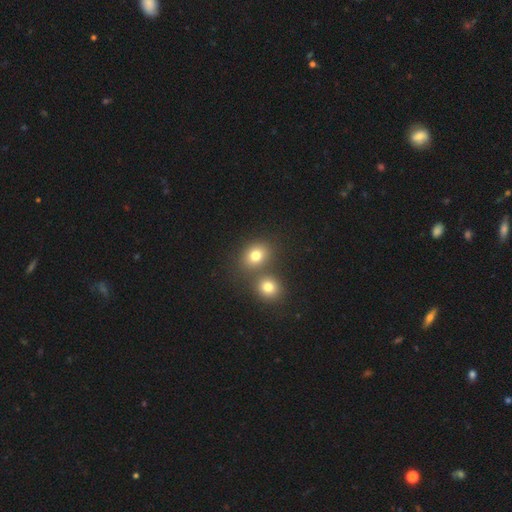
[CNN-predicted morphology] This is likely a smooth galaxy (76%). How rounded: likely round (62%). Merging: possibly none (59%).